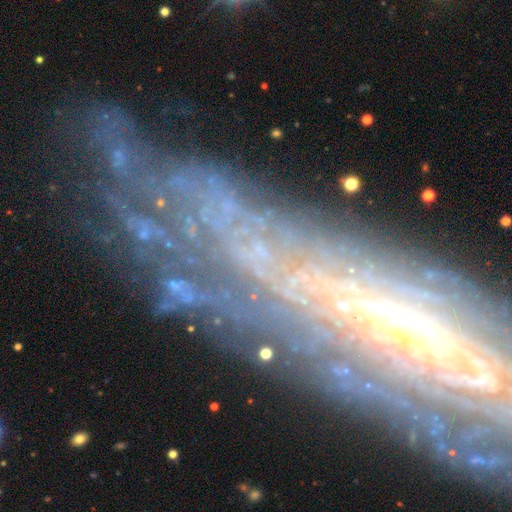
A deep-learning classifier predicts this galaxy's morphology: Smooth or featured? featured or disk (52%)
Edge-on disk? no (89%)
Merging? none (53%)